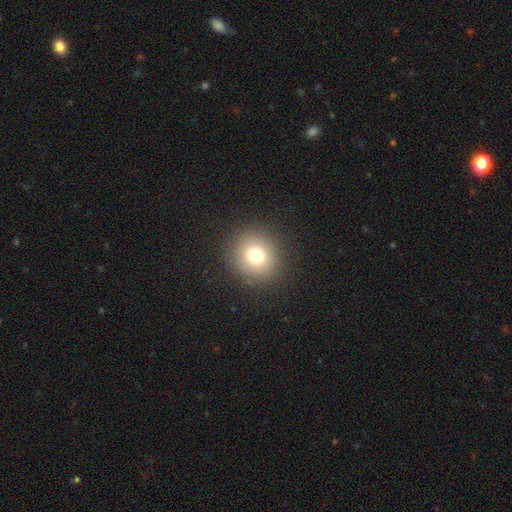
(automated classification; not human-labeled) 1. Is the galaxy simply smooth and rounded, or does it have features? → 77% smooth, 13% star or artifact, 9% featured or disk.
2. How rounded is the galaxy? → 90% round, 9% in between, 1% cigar-shaped.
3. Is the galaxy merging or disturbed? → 90% none, 6% minor disturbance, 3% major disturbance, 1% merger.